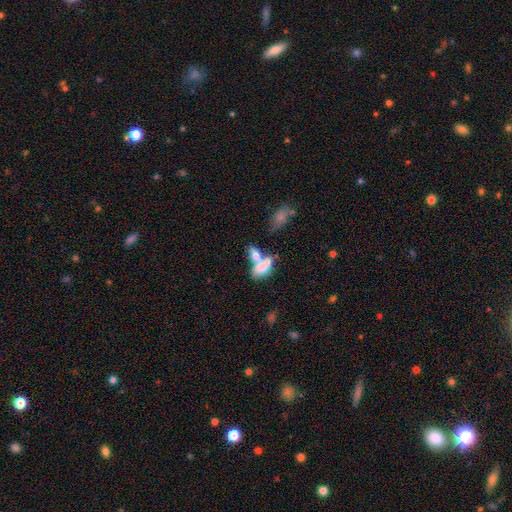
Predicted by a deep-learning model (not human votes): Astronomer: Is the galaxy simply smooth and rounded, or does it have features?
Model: smooth — 67%.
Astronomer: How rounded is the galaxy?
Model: in between — 87%.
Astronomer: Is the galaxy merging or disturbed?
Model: merger — 69%.